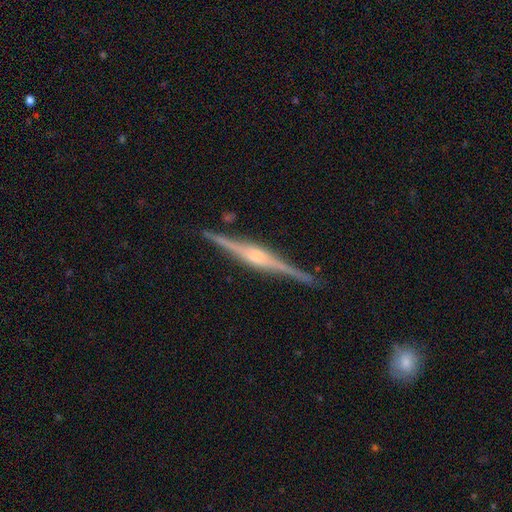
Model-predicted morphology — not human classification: The model was most divided on "edge-on bulge": rounded: 68%, boxy: 25%, none: 7%. More confident: edge-on disk — yes (98%); merging — none (90%); smooth or featured — featured or disk (87%).